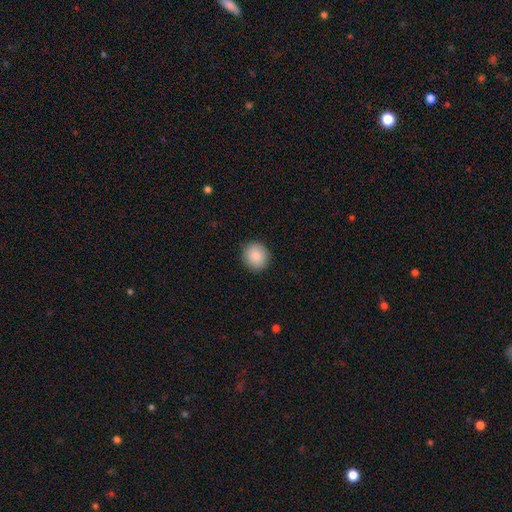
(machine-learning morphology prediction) Overall: smooth (87%). How rounded: round (88%). Merging: none (91%).